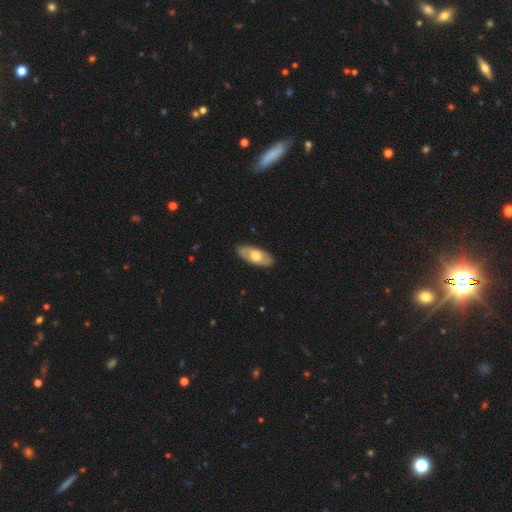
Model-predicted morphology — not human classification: Overall: smooth (55%; featured or disk 41%). How rounded: in between (86%). Merging: none (88%).